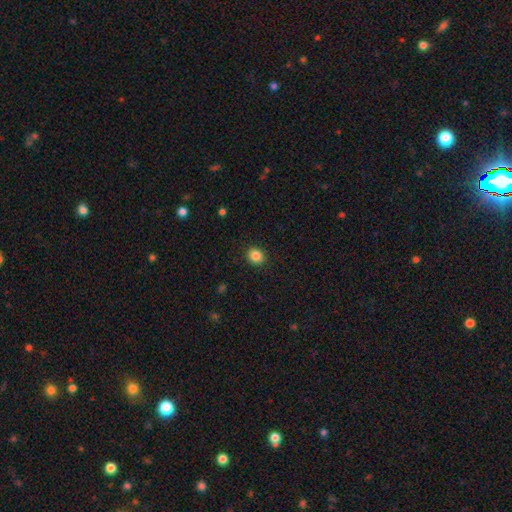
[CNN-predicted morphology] smooth 85%, star or artifact 11%, featured or disk 4%. Down the decision tree: how rounded — round (78%); merging — none (91%).